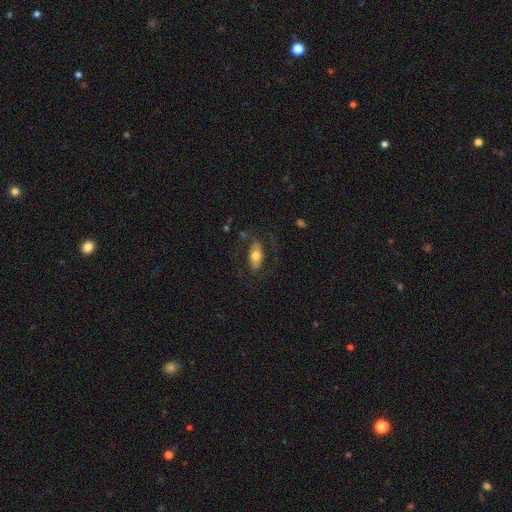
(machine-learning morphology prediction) A smooth galaxy with no disk features (58%) that is in between round and cigar-shaped (91%). Merging: none (70%).